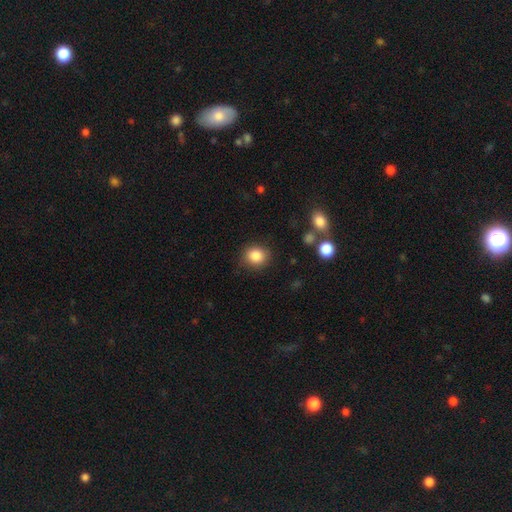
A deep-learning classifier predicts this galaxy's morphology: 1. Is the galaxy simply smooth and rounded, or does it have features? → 85% smooth, 10% star or artifact, 6% featured or disk.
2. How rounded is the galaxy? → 79% round, 20% in between, 1% cigar-shaped.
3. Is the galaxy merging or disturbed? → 86% none, 9% minor disturbance, 3% major disturbance, 2% merger.